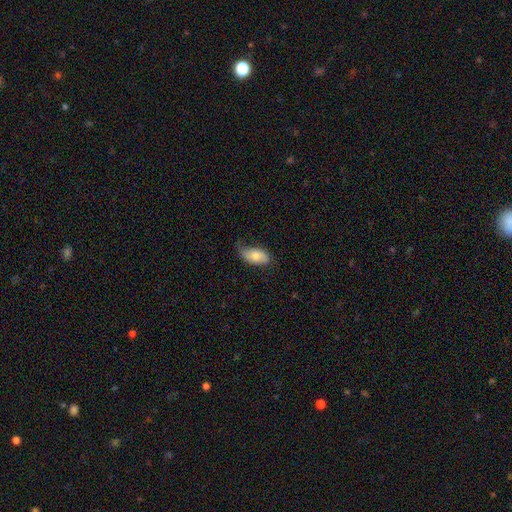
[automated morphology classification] smooth-or-featured: smooth: 66% | featured or disk: 28% | star or artifact: 7%
  how-rounded: in between: 93% | round: 4% | cigar-shaped: 3%
  merging: none: 56% | minor disturbance: 33% | major disturbance: 9% | merger: 1%